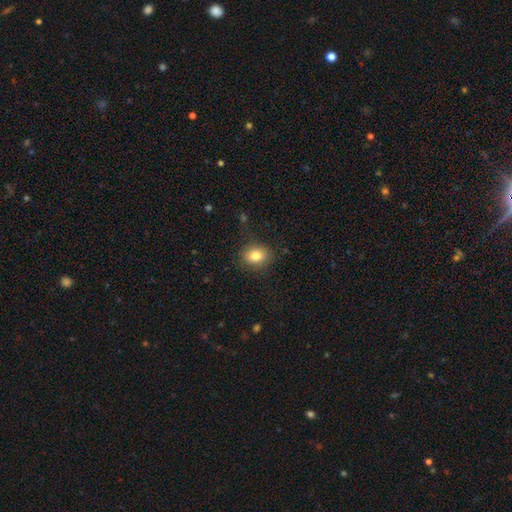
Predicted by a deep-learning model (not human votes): Smooth or featured?
  - smooth: 81% *
  - star or artifact: 10%
  - featured or disk: 9%
How rounded?
  - round: 50% *
  - in between: 49%
  - cigar-shaped: 1%
Merging?
  - none: 85% *
  - minor disturbance: 11%
  - major disturbance: 3%
  - merger: 1%